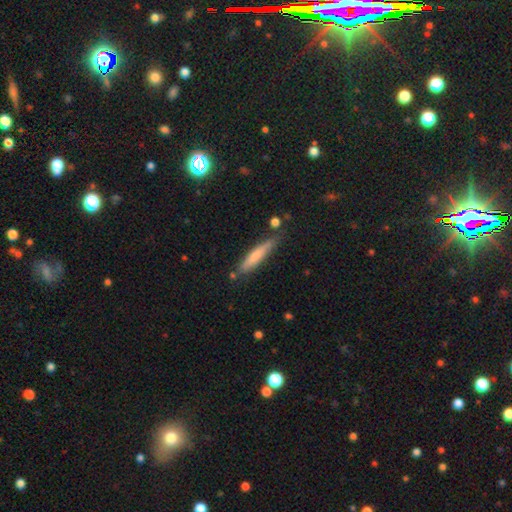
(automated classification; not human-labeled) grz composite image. It shows a smooth galaxy with no disk features (67%) that is cigar-shaped (90%). Merging: none (75%).